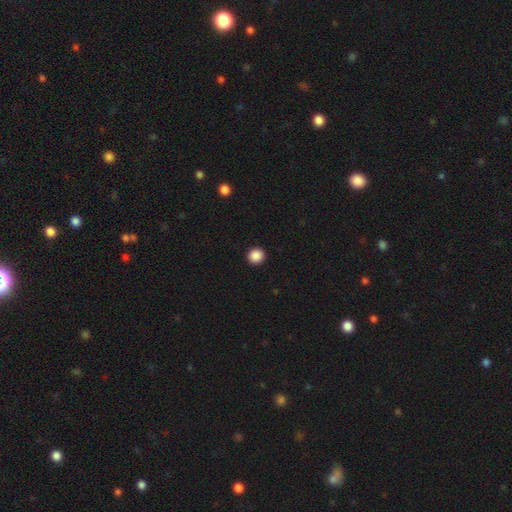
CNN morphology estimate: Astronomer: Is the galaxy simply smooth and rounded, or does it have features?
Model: smooth — 88%.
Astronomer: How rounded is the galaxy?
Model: round — 93%.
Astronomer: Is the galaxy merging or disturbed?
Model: none — 94%.